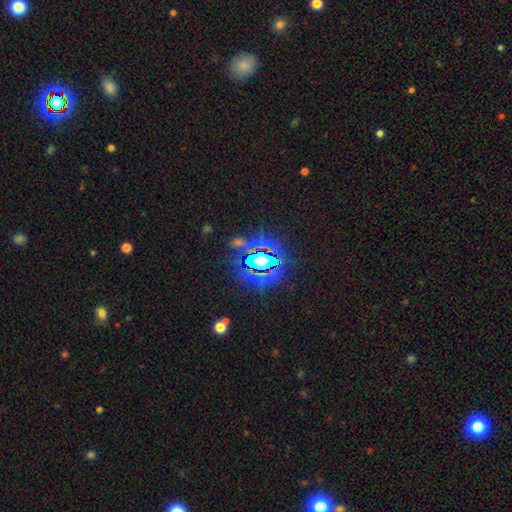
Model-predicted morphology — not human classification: star or artifact 83%, smooth 10%, featured or disk 7%.